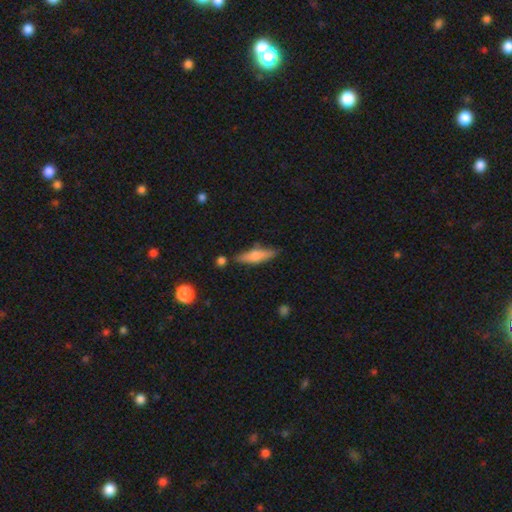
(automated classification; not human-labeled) A smooth galaxy with no disk features (65%) that is cigar-shaped (67%). Merging: none (74%).